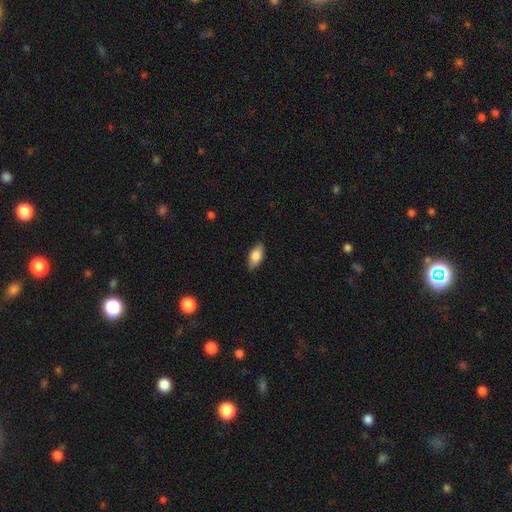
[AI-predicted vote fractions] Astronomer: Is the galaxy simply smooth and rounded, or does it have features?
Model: smooth — 80%.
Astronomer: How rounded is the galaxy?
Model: in between — 88%.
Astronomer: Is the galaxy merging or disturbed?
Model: none — 85%.